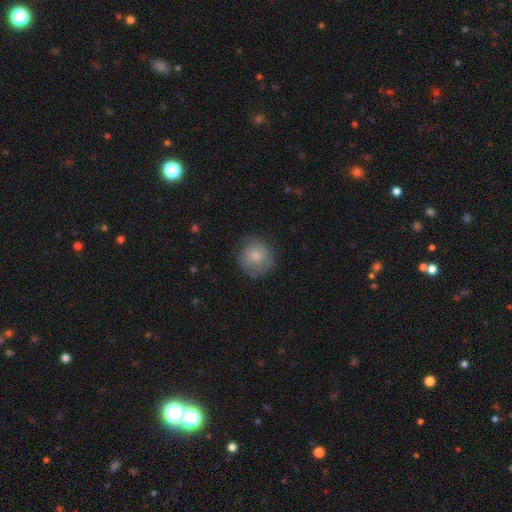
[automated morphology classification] smooth 65%, featured or disk 28%, star or artifact 7%. Down the decision tree: how rounded — round (88%); merging — none (75%).